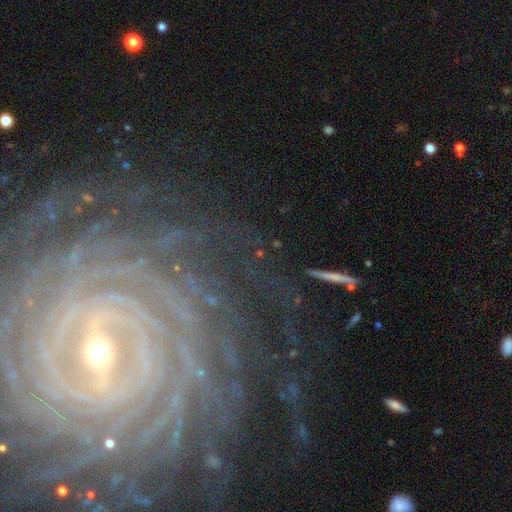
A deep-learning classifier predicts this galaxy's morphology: smooth_or_featured: featured or disk (p=0.83) [alt: star or artifact p=0.11]
disk_edge_on: no (p=0.95) [alt: yes p=0.05]
bar: strong (p=0.38) [alt: weak p=0.33]
has_spiral_arms: yes (p=0.96) [alt: no p=0.04]
spiral_winding: tight (p=0.84) [alt: medium p=0.13]
spiral_arm_count: more than 4 (p=0.30) [alt: can't tell p=0.24]
bulge_size: small (p=0.71) [alt: moderate p=0.23]
merging: none (p=0.77) [alt: minor disturbance p=0.12]